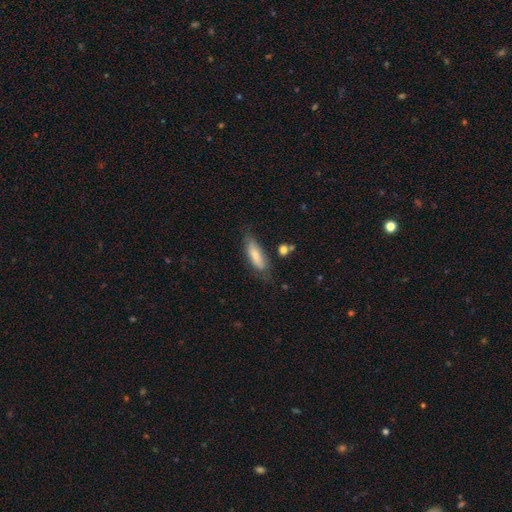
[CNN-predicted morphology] Q: Smooth or featured?
A: smooth (71%); runner-up: featured or disk (23%)
Q: How rounded?
A: in between (56%); runner-up: cigar-shaped (42%)
Q: Merging?
A: none (67%); runner-up: minor disturbance (23%)